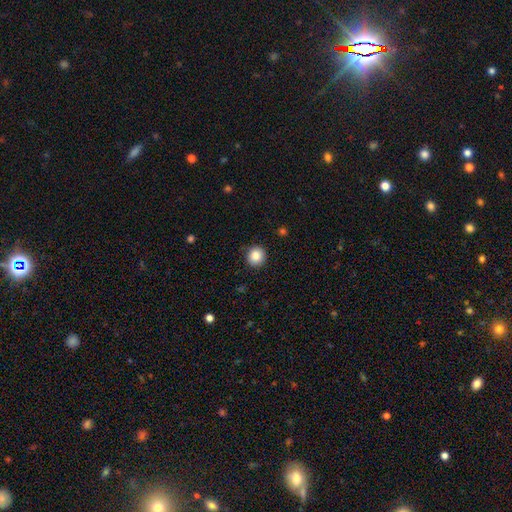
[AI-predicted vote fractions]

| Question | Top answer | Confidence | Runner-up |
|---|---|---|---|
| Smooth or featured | smooth | 86% | star or artifact (10%) |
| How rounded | round | 94% | in between (5%) |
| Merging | none | 90% | minor disturbance (7%) |